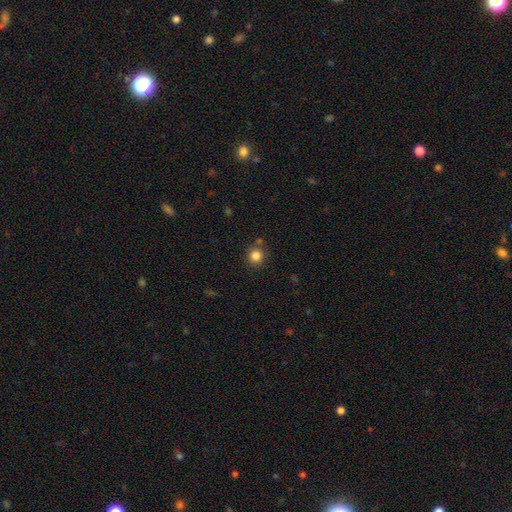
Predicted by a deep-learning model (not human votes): The model was most divided on "smooth or featured": smooth: 84%, star or artifact: 12%, featured or disk: 5%. More confident: how rounded — round (91%); merging — none (83%).